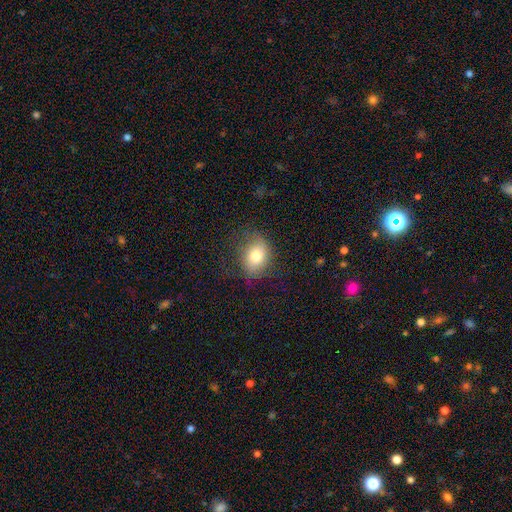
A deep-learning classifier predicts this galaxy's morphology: This is likely a smooth galaxy (72%). How rounded: possibly in between (57%). Merging: likely none (65%).